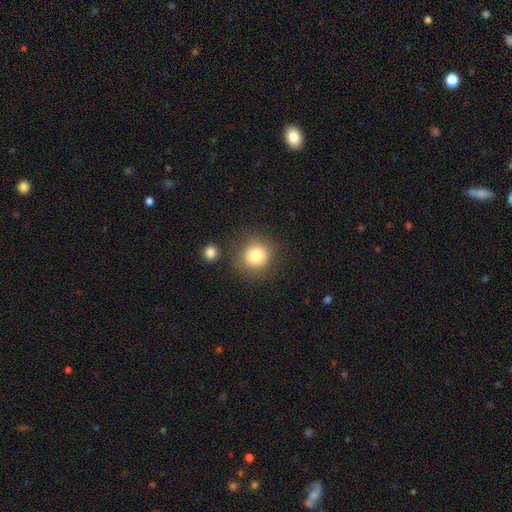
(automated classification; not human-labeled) This is likely a smooth galaxy (79%). How rounded: clearly round (92%). Merging: likely none (79%).